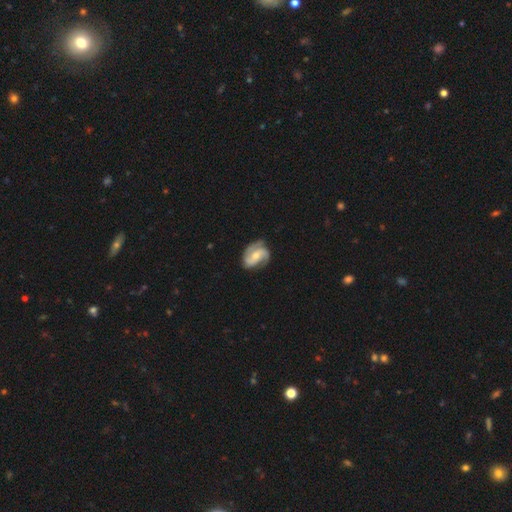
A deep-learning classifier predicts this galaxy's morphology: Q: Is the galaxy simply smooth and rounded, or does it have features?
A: featured or disk — 84%.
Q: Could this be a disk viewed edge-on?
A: no — 97%.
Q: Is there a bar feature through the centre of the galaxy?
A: weak — 39%.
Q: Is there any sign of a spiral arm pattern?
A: yes — 96%.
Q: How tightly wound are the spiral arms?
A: medium — 48%.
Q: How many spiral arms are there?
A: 2 — 75%.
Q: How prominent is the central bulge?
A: moderate — 55%.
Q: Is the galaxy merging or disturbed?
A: none — 71%.